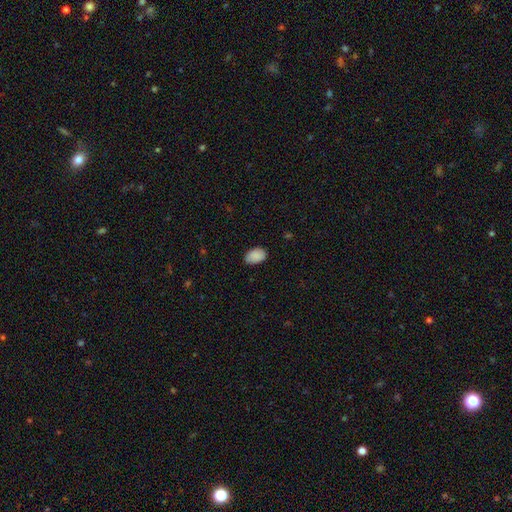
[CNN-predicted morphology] Smooth or featured?
  - smooth: 88% *
  - star or artifact: 7%
  - featured or disk: 4%
How rounded?
  - in between: 86% *
  - round: 13%
  - cigar-shaped: 1%
Merging?
  - none: 77% *
  - minor disturbance: 19%
  - major disturbance: 3%
  - merger: 1%